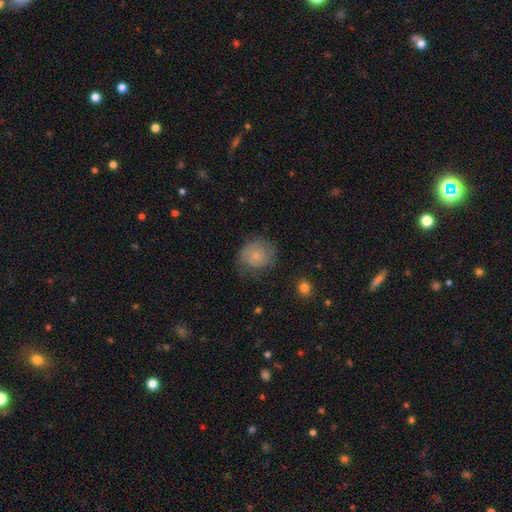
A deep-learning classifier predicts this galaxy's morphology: Q: Smooth or featured?
A: smooth (60%); runner-up: featured or disk (32%)
Q: How rounded?
A: round (80%); runner-up: in between (19%)
Q: Merging?
A: none (63%); runner-up: minor disturbance (24%)